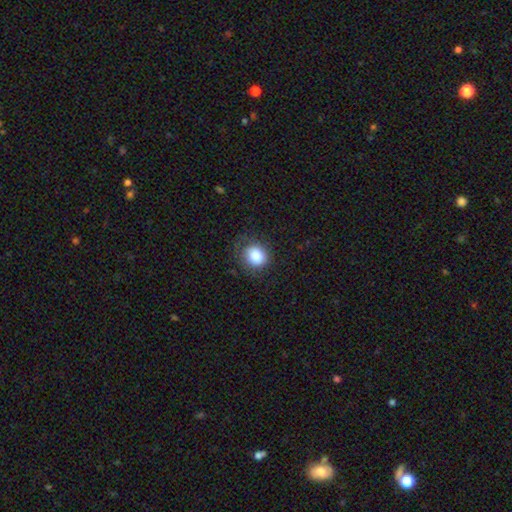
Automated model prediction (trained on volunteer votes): Morphology: type=smooth (83%); roundness=round (76%); merging=none (74%).